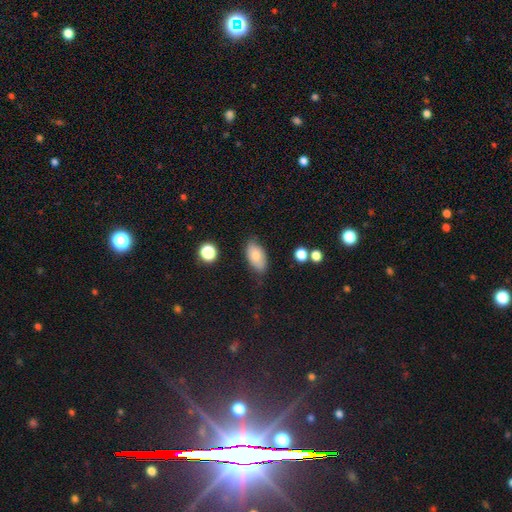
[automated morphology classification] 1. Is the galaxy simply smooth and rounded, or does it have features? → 82% smooth, 10% featured or disk, 8% star or artifact.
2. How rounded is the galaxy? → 92% in between, 4% round, 4% cigar-shaped.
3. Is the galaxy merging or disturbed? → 72% none, 21% minor disturbance, 5% major disturbance, 2% merger.